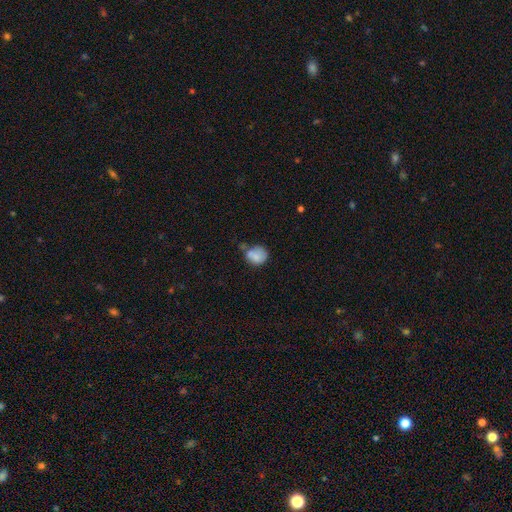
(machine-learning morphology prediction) Smooth or featured? smooth (79%)
How rounded? round (63%)
Merging? none (40%)